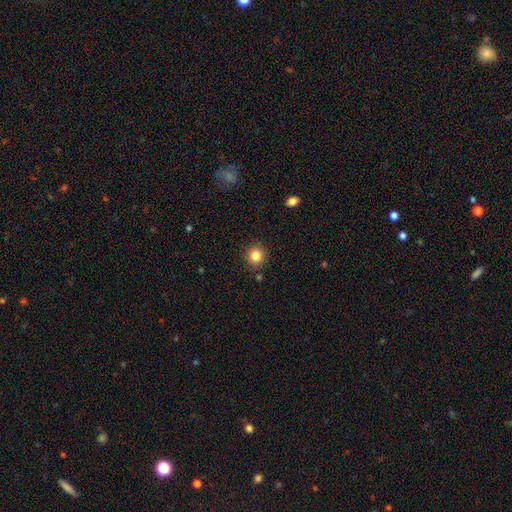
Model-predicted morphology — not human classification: This is clearly a smooth galaxy (83%). How rounded: clearly round (89%). Merging: clearly none (88%).